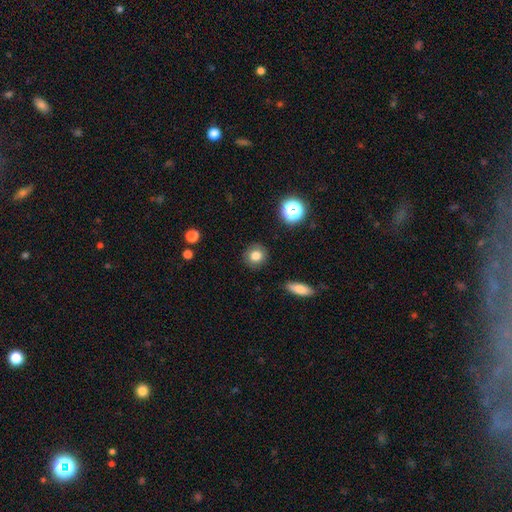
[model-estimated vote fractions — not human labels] smooth_or_featured: smooth (p=0.80) [alt: star or artifact p=0.11]
how_rounded: round (p=0.86) [alt: in between p=0.12]
merging: none (p=0.88) [alt: minor disturbance p=0.08]